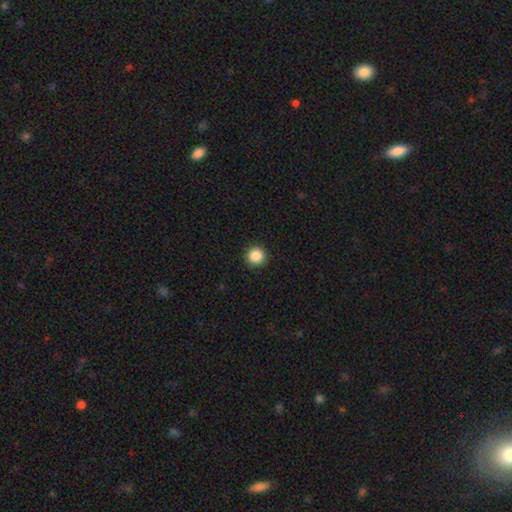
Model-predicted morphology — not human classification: This appears to be a smooth galaxy with no disk features (87%) that is round (96%). Merging: none (93%).